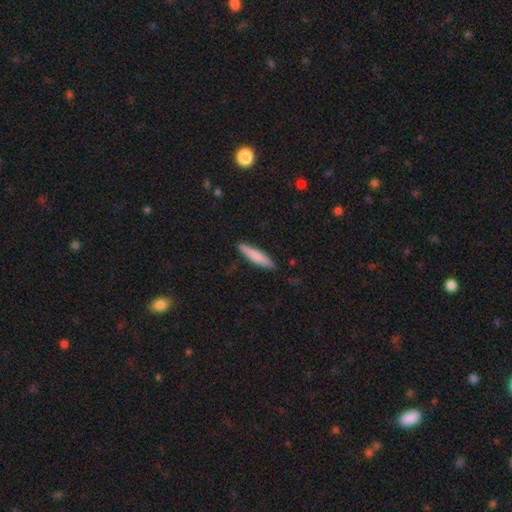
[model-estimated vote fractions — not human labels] smooth_or_featured: smooth (p=0.79) [alt: featured or disk p=0.15]
how_rounded: cigar-shaped (p=0.87) [alt: in between p=0.11]
merging: none (p=0.88) [alt: minor disturbance p=0.09]